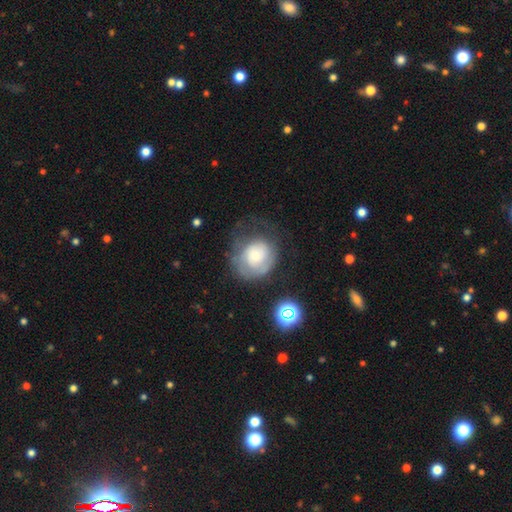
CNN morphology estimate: smooth 46%, featured or disk 44%, star or artifact 9%. Down the decision tree: merging — none (41%).